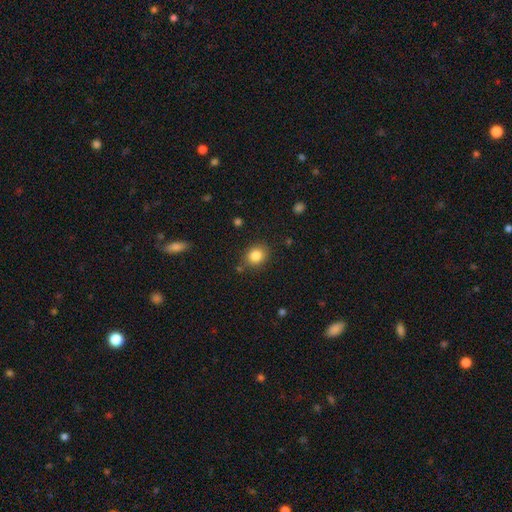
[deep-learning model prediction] Q: Smooth or featured?
A: smooth (84%); runner-up: star or artifact (10%)
Q: How rounded?
A: round (63%); runner-up: in between (36%)
Q: Merging?
A: none (82%); runner-up: minor disturbance (12%)